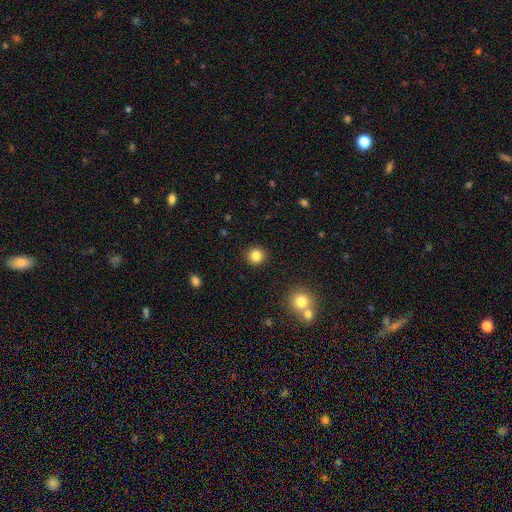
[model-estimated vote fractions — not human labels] Smooth or featured? Predicted: smooth (p=0.84). How rounded? Predicted: round (p=0.93). Merging? Predicted: none (p=0.92).